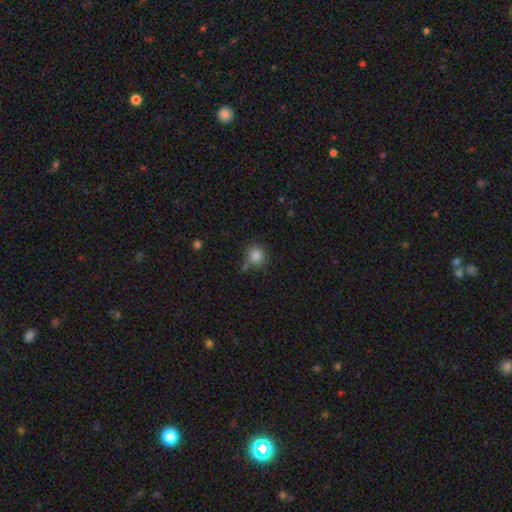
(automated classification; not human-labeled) The model was most divided on "merging": none: 64%, minor disturbance: 19%, merger: 11%, major disturbance: 6%. More confident: how rounded — round (87%); smooth or featured — smooth (84%).